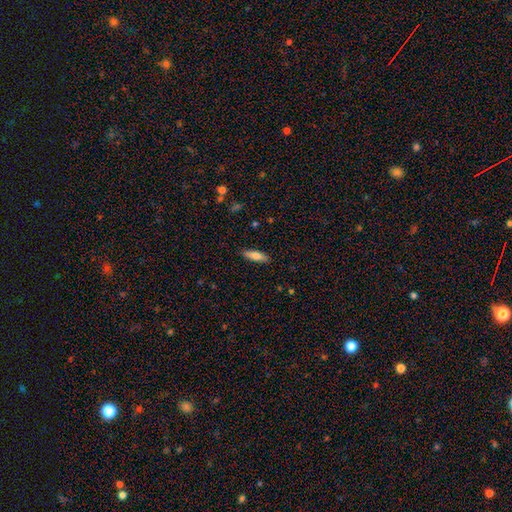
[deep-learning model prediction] Smooth or featured?
  - smooth: 72% *
  - featured or disk: 22%
  - star or artifact: 6%
How rounded?
  - cigar-shaped: 55% *
  - in between: 44%
  - round: 2%
Merging?
  - none: 87% *
  - minor disturbance: 9%
  - major disturbance: 2%
  - merger: 1%